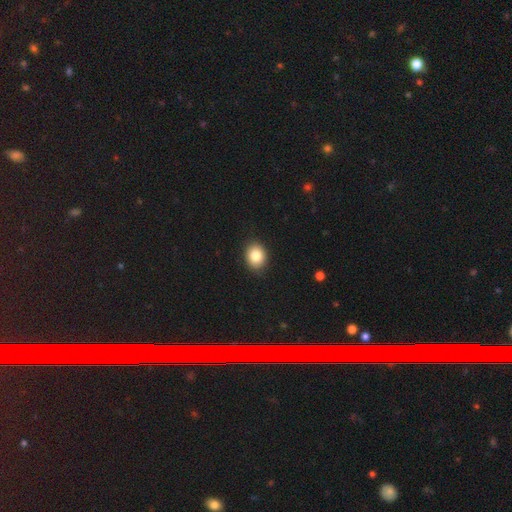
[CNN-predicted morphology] This is clearly a smooth galaxy (83%). How rounded: possibly round (55%). Merging: clearly none (89%).